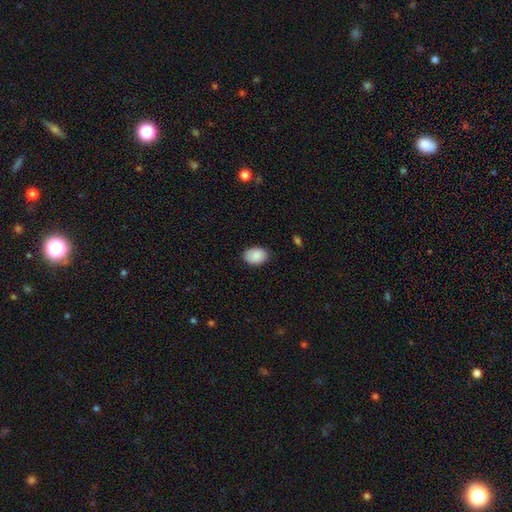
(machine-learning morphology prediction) A smooth galaxy with no disk features (88%) that is in between round and cigar-shaped (79%). Merging: none (83%).